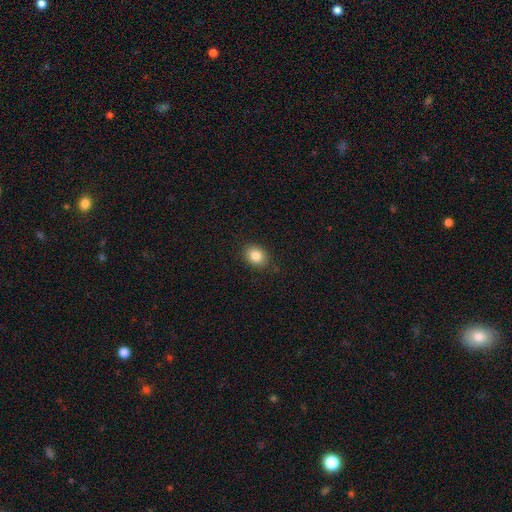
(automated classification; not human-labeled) Overall: smooth (84%). How rounded: in between (61%; round 38%). Merging: none (87%).